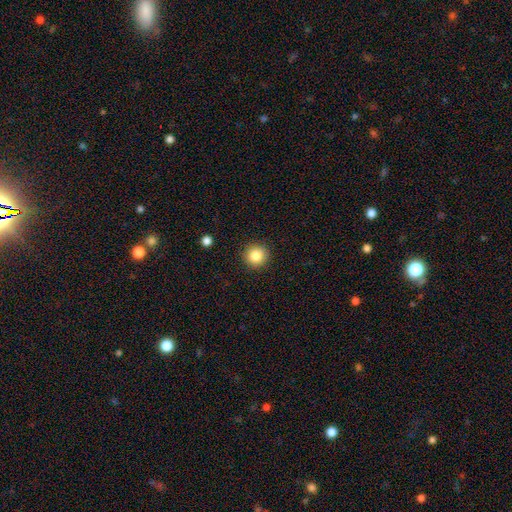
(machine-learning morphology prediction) Overall: smooth (85%). How rounded: round (94%). Merging: none (92%).